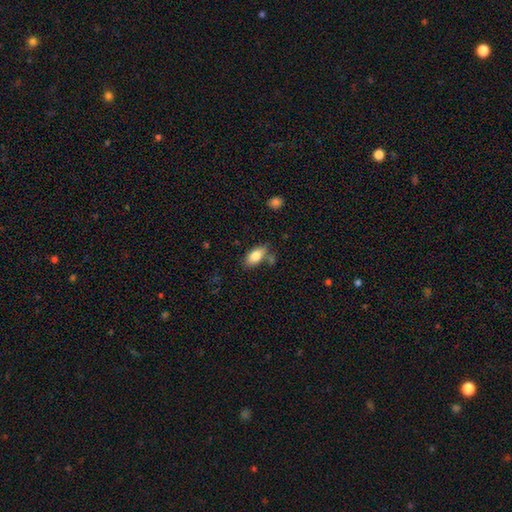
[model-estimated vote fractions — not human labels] smooth 81%, featured or disk 12%, star or artifact 7%. Down the decision tree: how rounded — in between (90%); merging — none (65%).